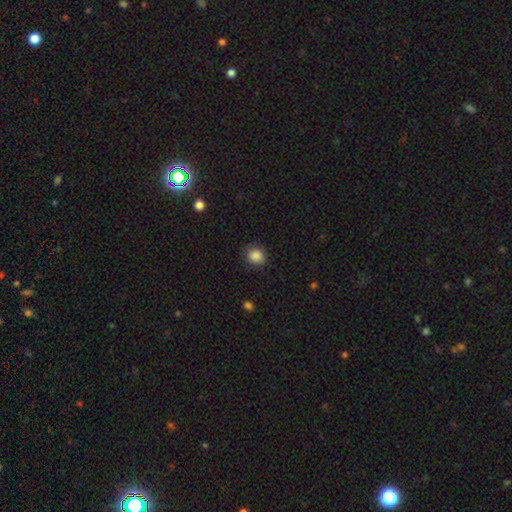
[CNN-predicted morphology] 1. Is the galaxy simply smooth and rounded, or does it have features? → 86% smooth, 9% star or artifact, 4% featured or disk.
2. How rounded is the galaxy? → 69% round, 30% in between, 1% cigar-shaped.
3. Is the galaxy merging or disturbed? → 83% none, 13% minor disturbance, 3% major disturbance, 1% merger.